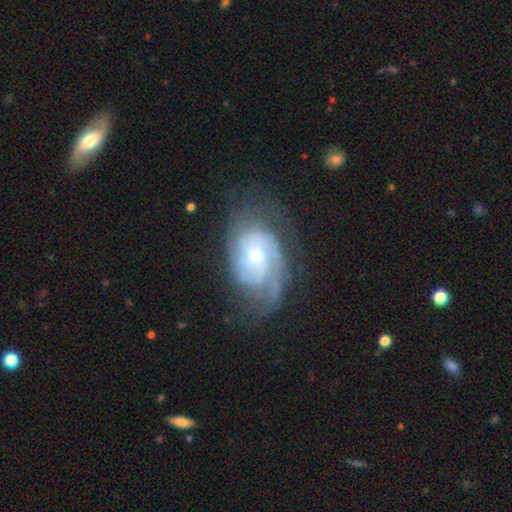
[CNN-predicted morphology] A featured or disk galaxy (83%) with no bar (63%), tight (52%) spiral arms (95%) and a small central bulge (53%). Merging: none (62%).